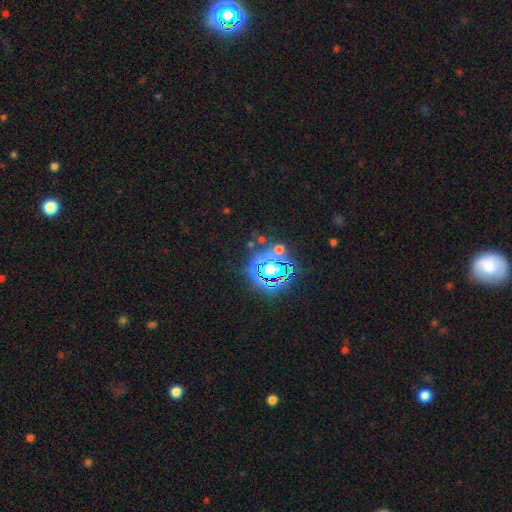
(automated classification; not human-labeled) Smooth or featured?
  - star or artifact: 83% *
  - smooth: 11%
  - featured or disk: 6%